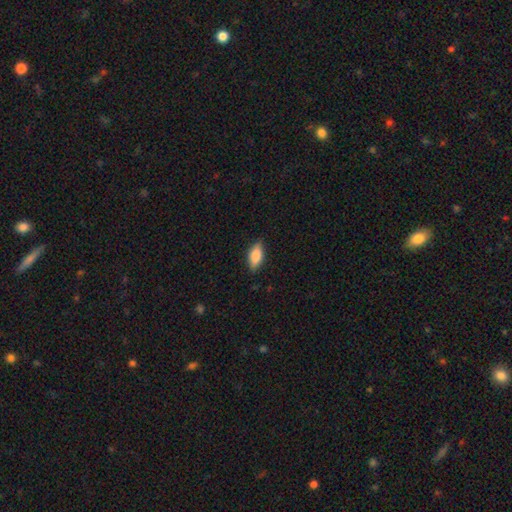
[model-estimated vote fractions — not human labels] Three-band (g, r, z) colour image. It shows a smooth galaxy with no disk features (80%) that is in between round and cigar-shaped (84%). Merging: none (85%).